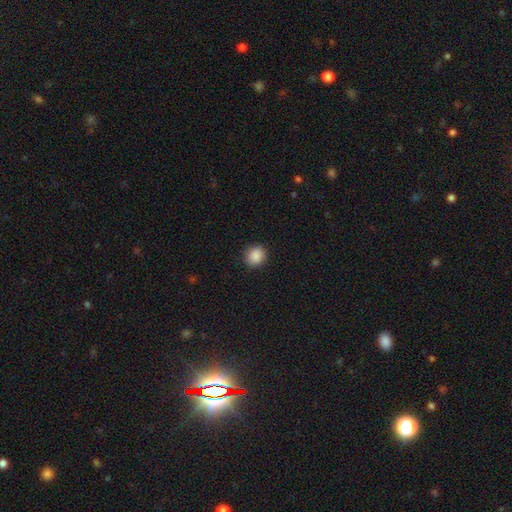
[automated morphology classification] This appears to be a smooth galaxy with no disk features (88%) that is round (86%). Merging: none (91%).